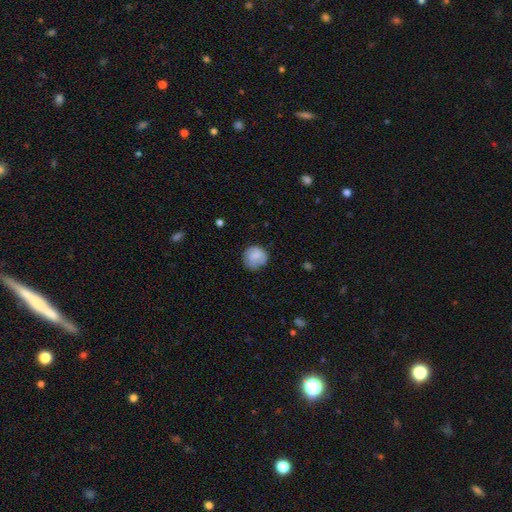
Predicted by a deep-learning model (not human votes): Smooth or featured: smooth — 79% (featured or disk — 13%)
How rounded: round — 87% (in between — 12%)
Merging: none — 71% (minor disturbance — 21%)